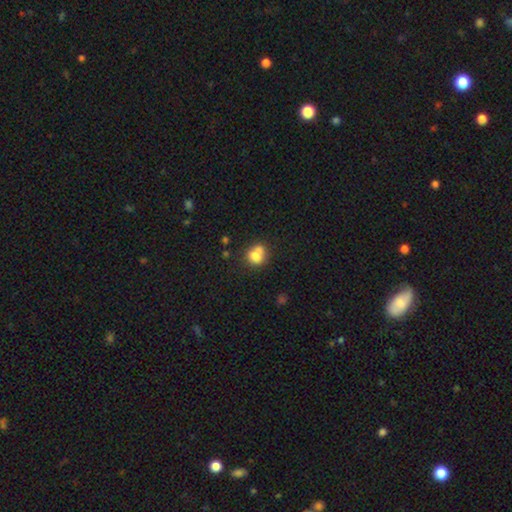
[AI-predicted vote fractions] Smooth or featured? Predicted: smooth (p=0.74). How rounded? Predicted: round (p=0.73). Merging? Predicted: merger (p=0.46).